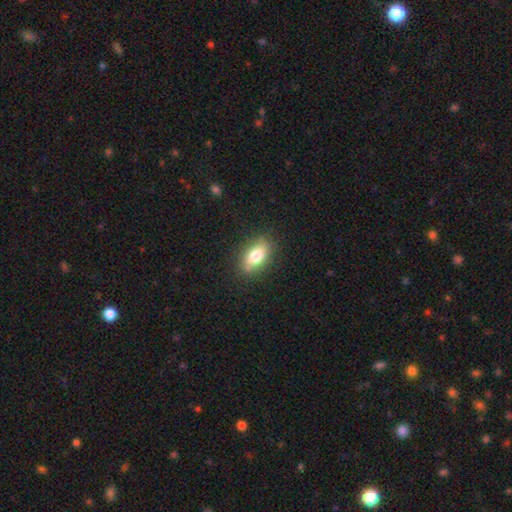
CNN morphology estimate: A smooth galaxy with no disk features (76%) that is in between round and cigar-shaped (85%). Merging: none (81%).